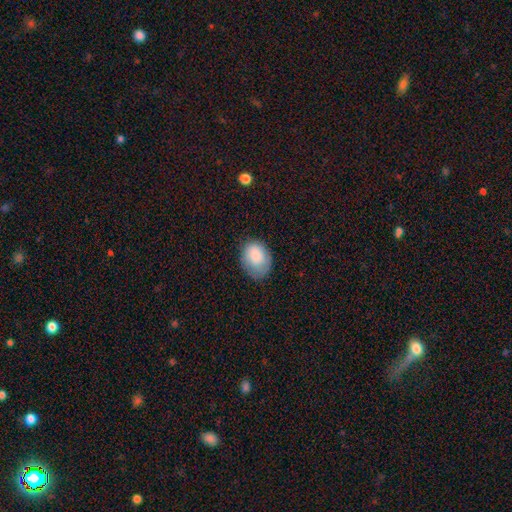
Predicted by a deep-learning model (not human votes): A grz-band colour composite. It shows a smooth galaxy with no disk features (85%) that is in between round and cigar-shaped (65%). Merging: none (69%).